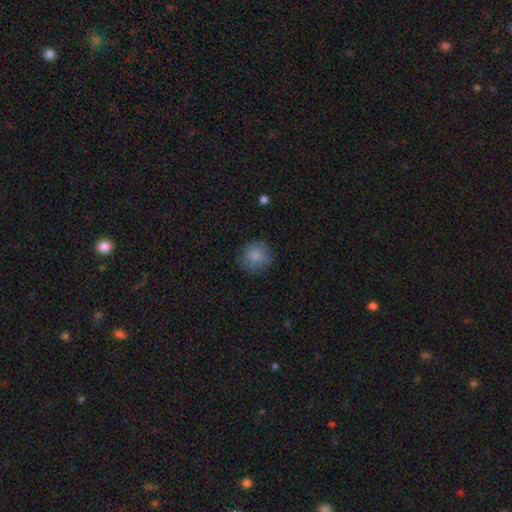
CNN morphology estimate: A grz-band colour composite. It shows a smooth galaxy with no disk features (85%) that is round (92%). Merging: none (83%).